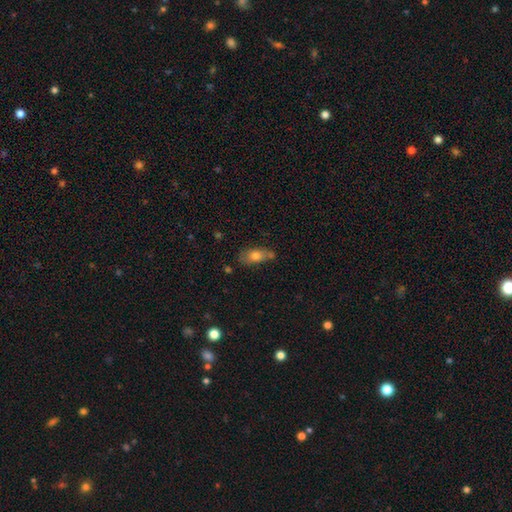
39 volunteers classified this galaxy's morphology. This is likely a smooth galaxy (67%). How rounded: clearly in between (81%). Merging: likely none (68%).